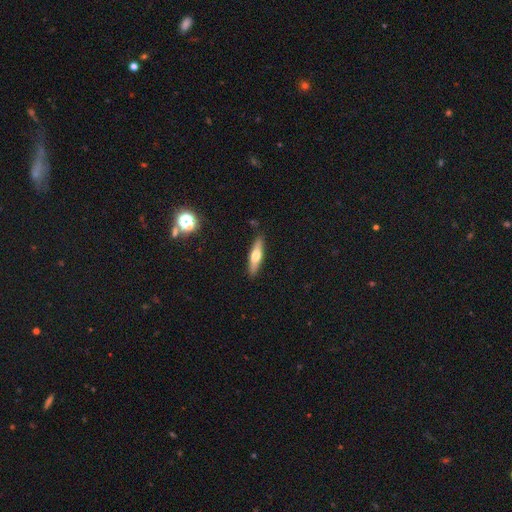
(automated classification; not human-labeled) Smooth or featured? smooth (48%)
Merging? none (88%)